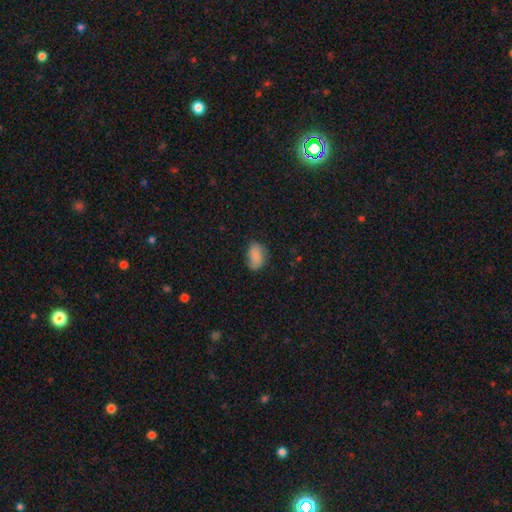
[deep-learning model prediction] smooth-or-featured: smooth: 80% | featured or disk: 12% | star or artifact: 8%
  how-rounded: in between: 84% | round: 14% | cigar-shaped: 2%
  merging: none: 64% | minor disturbance: 27% | major disturbance: 7% | merger: 2%